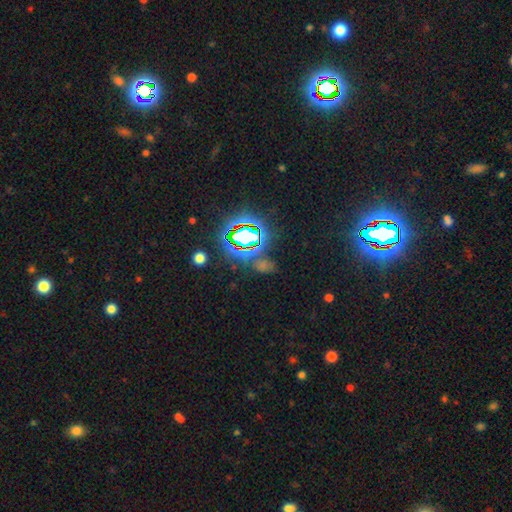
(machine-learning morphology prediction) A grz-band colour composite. It shows a star or artifact, not a galaxy (83%).